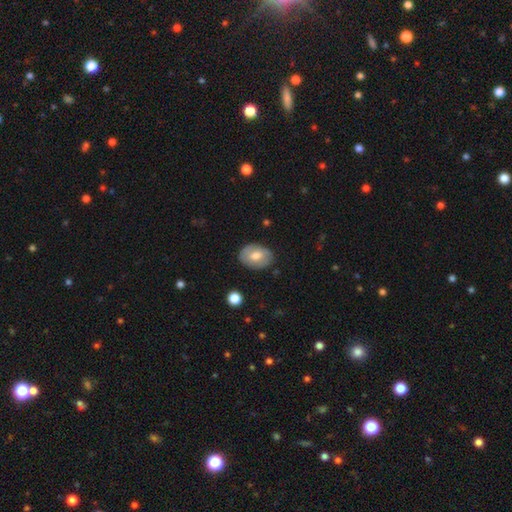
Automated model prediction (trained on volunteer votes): Smooth or featured? Predicted: smooth (p=0.65). How rounded? Predicted: in between (p=0.76). Merging? Predicted: none (p=0.82).